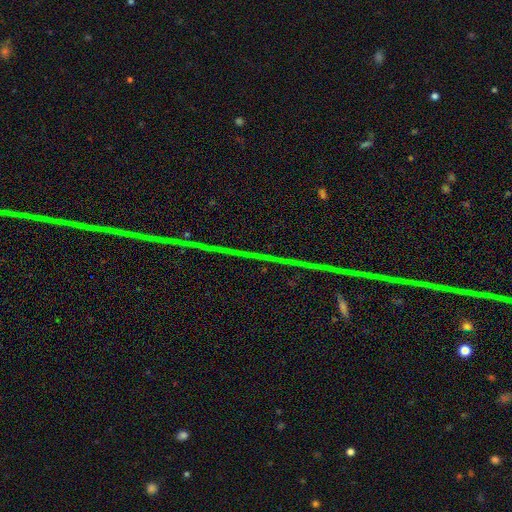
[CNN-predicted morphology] Overall: star or artifact (85%).